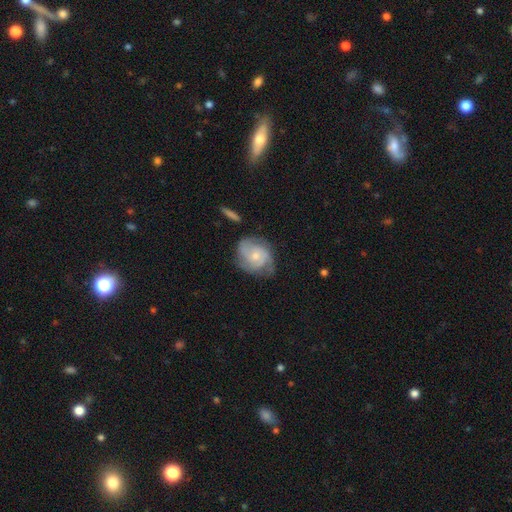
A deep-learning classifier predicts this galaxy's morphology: This is likely a featured or disk galaxy (77%). It is clearly not viewed edge-on (98%). Bar: likely no (73%). Spiral arm pattern: clearly yes (95%). Spiral arm count: marginally 3 (44%). Spiral winding: possibly tight (47%). Central bulge: possibly small (58%). Merging: likely none (69%).